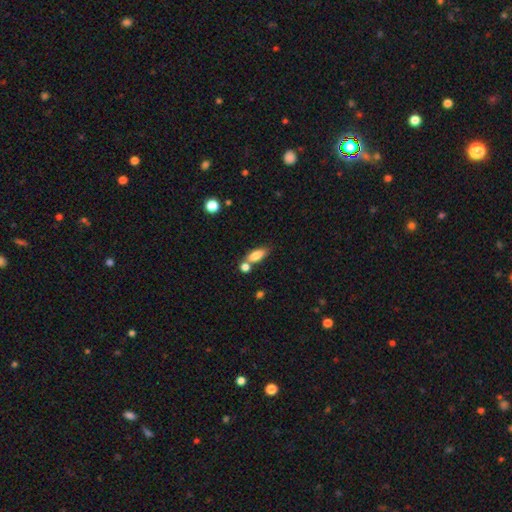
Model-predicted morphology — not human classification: Q: Smooth or featured?
A: smooth (79%); runner-up: featured or disk (13%)
Q: How rounded?
A: in between (74%); runner-up: cigar-shaped (21%)
Q: Merging?
A: none (52%); runner-up: merger (29%)